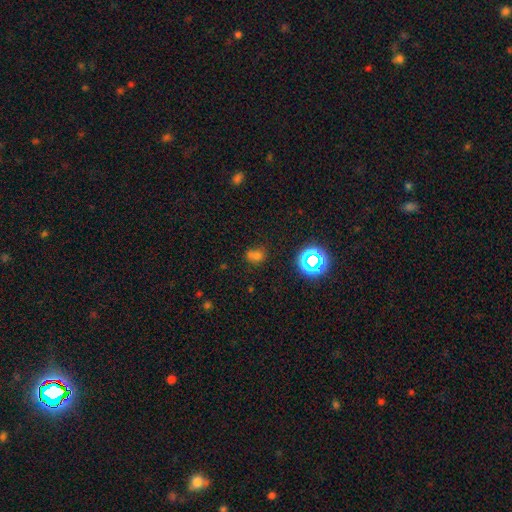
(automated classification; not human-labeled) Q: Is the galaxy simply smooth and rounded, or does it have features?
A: smooth — 63%.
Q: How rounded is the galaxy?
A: round — 53%.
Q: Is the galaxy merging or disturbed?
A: none — 55%.